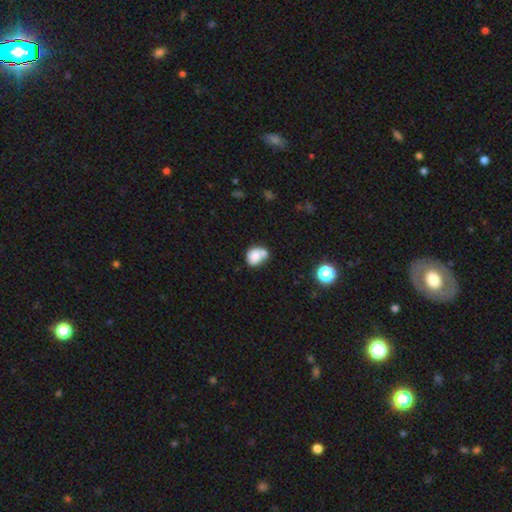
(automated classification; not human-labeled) Smooth or featured? smooth (75%)
How rounded? in between (51%)
Merging? merger (43%)